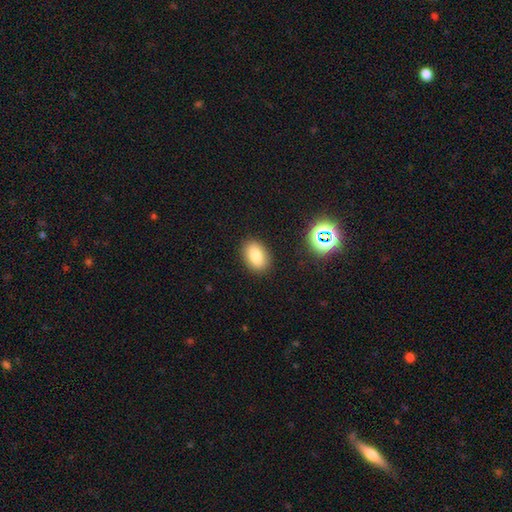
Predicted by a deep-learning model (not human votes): Smooth or featured? smooth (82%)
How rounded? in between (85%)
Merging? none (87%)